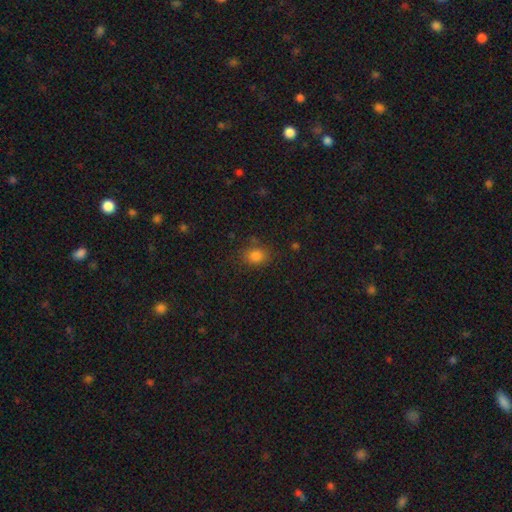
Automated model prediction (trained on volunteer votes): smooth_or_featured: smooth (p=0.81) [alt: star or artifact p=0.14]
how_rounded: round (p=0.51) [alt: in between p=0.48]
merging: none (p=0.78) [alt: minor disturbance p=0.14]